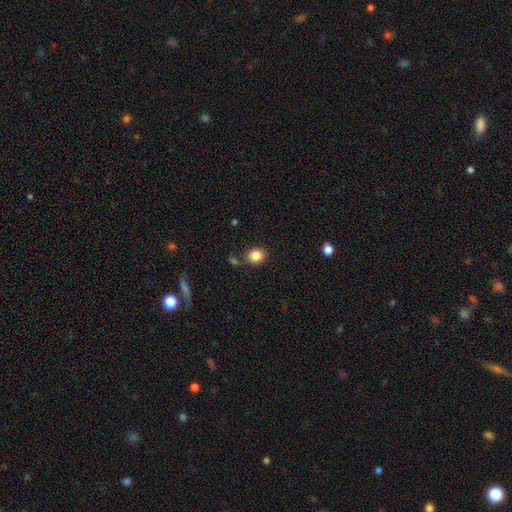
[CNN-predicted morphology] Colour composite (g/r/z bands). It shows a smooth galaxy with no disk features (85%) that is round (66%). Merging: none (79%).